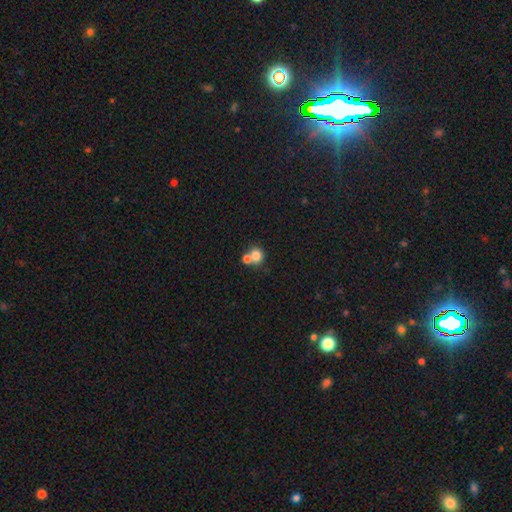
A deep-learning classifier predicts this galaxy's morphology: Overall: smooth (79%). How rounded: round (75%). Merging: merger (48%; none 42%).